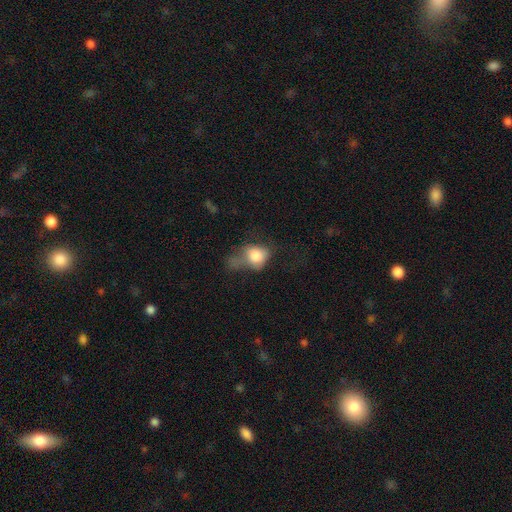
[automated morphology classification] Smooth or featured? smooth (73%)
How rounded? in between (55%)
Merging? major disturbance (44%)